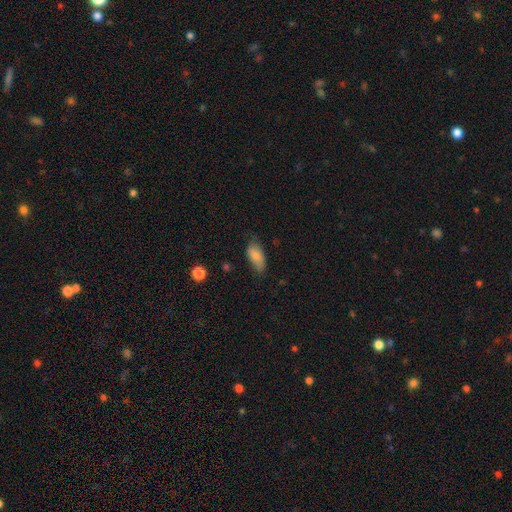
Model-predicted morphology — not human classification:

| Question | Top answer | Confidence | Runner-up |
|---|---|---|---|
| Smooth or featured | smooth | 82% | featured or disk (10%) |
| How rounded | in between | 89% | cigar-shaped (8%) |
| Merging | none | 61% | minor disturbance (31%) |